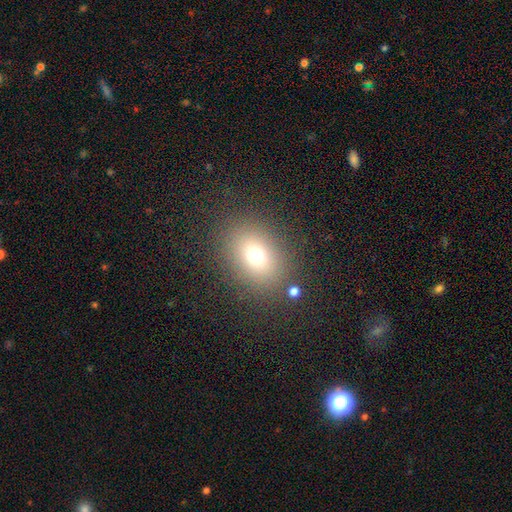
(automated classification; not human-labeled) This appears to be a smooth galaxy with no disk features (71%) that is in between round and cigar-shaped (53%). Merging: none (83%).